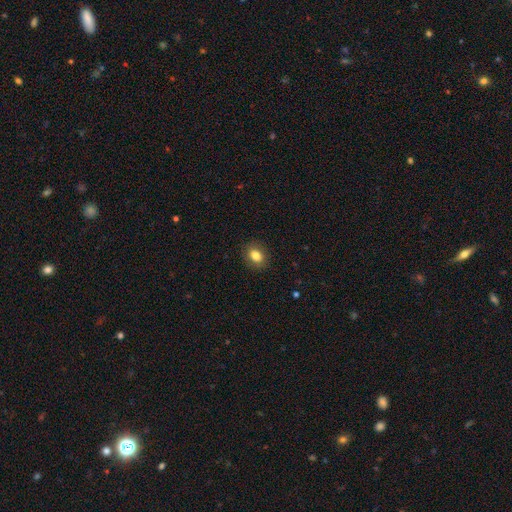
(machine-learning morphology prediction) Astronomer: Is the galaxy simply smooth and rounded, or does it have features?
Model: smooth — 83%.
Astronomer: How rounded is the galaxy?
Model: in between — 60% (runner-up: round, 39%).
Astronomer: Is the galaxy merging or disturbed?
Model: none — 88%.